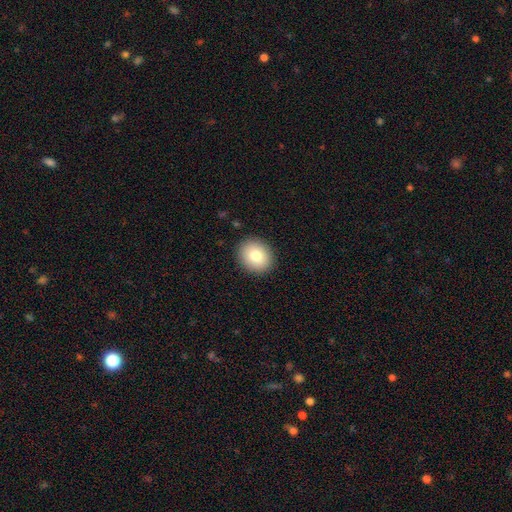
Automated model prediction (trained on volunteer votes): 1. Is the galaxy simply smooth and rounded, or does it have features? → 80% smooth, 11% featured or disk, 9% star or artifact.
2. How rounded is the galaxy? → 69% round, 30% in between, 1% cigar-shaped.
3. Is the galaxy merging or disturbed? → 91% none, 7% minor disturbance, 2% major disturbance, 1% merger.